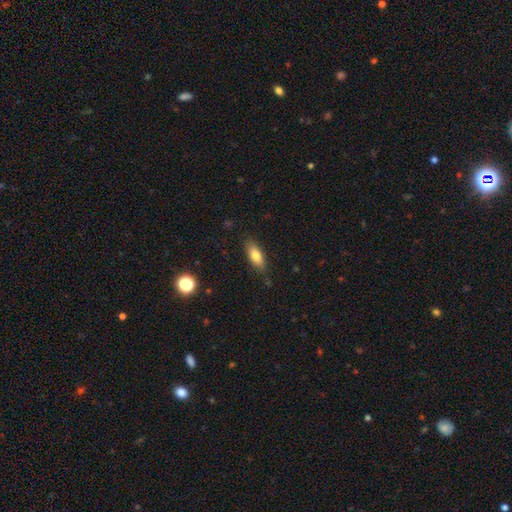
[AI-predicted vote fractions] smooth 77%, featured or disk 15%, star or artifact 8%. Down the decision tree: how rounded — in between (75%); merging — none (83%).